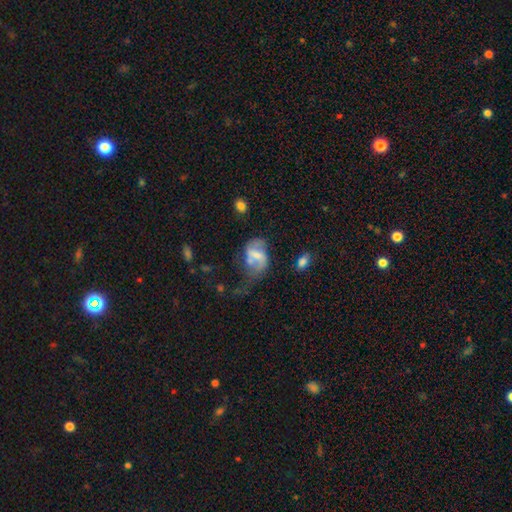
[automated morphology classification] A featured or disk galaxy (54%) with a weak bar (42%), spiral arms (57%) and a moderate central bulge (44%).

Vote fractions:
- Smooth or featured? featured or disk: 54% / smooth: 38% / star or artifact: 8%
- Edge-on disk? no: 96% / yes: 4%
- Bar? weak: 42% / strong: 30% / no: 28%
- Spiral arms? yes: 57% / no: 43%
- Bulge size? moderate: 44% / small: 37% / none: 11% / large: 7% / dominant: 2%
- Merging? major disturbance: 32% / none: 29% / minor disturbance: 26% / merger: 12%